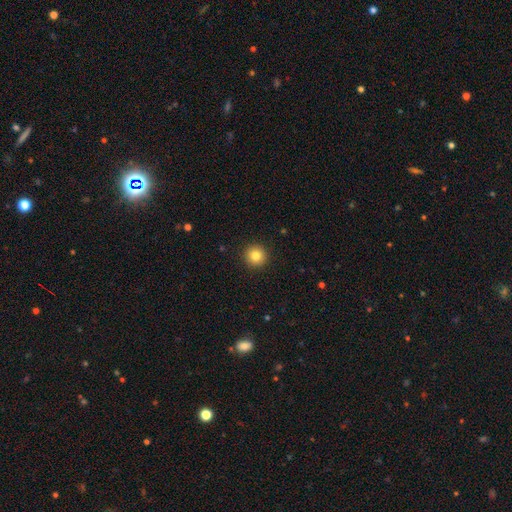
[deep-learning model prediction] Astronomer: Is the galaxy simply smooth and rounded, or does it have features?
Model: smooth — 82%.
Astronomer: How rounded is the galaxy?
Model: round — 96%.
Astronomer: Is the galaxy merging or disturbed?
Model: none — 93%.